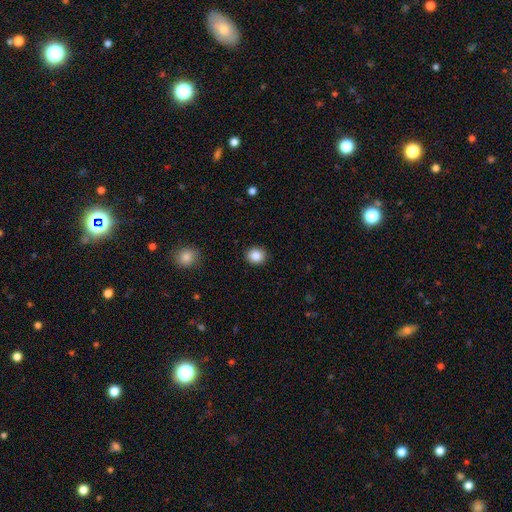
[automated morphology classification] Smooth or featured: smooth — 86% (star or artifact — 10%)
How rounded: round — 81% (in between — 18%)
Merging: none — 91% (minor disturbance — 6%)